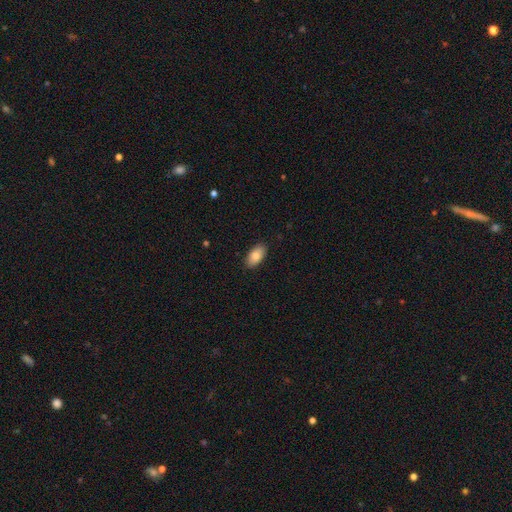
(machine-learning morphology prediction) Overall: smooth (84%). How rounded: in between (94%). Merging: none (88%).